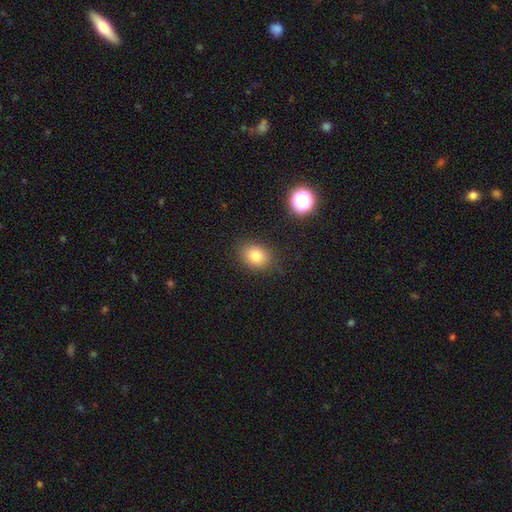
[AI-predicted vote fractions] This appears to be a smooth galaxy with no disk features (80%) that is in between round and cigar-shaped (54%). Merging: none (84%).